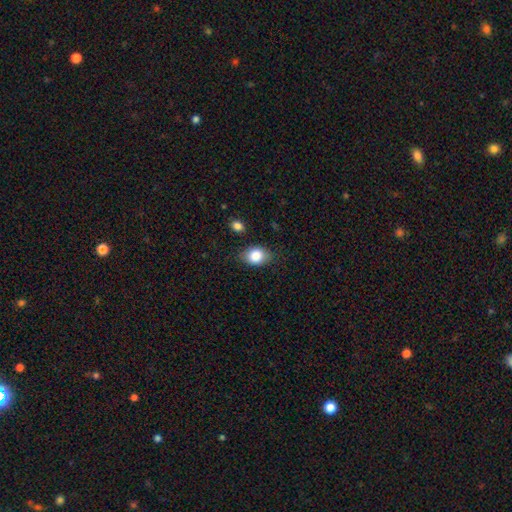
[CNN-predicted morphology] smooth 83%, featured or disk 9%, star or artifact 8%. Down the decision tree: how rounded — in between (66%); merging — none (73%).